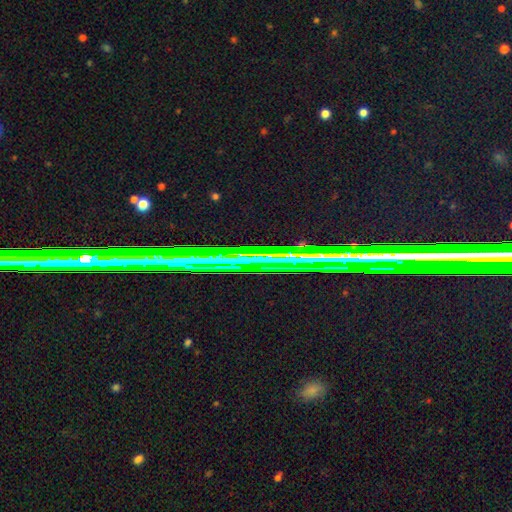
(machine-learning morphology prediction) star or artifact 53%, featured or disk 34%, smooth 13%.